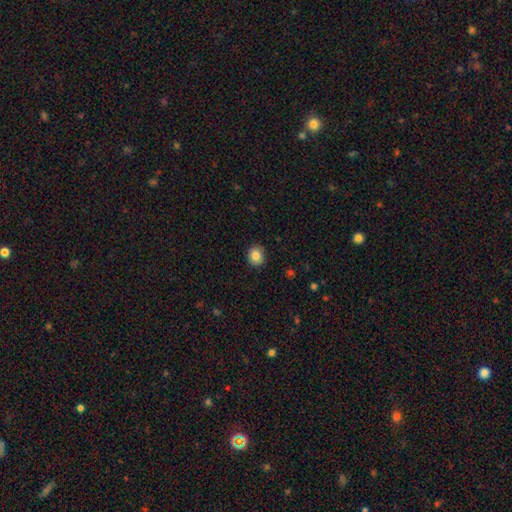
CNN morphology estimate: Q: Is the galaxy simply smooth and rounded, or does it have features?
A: smooth — 84%.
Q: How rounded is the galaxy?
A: round — 78%.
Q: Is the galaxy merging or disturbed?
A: none — 90%.